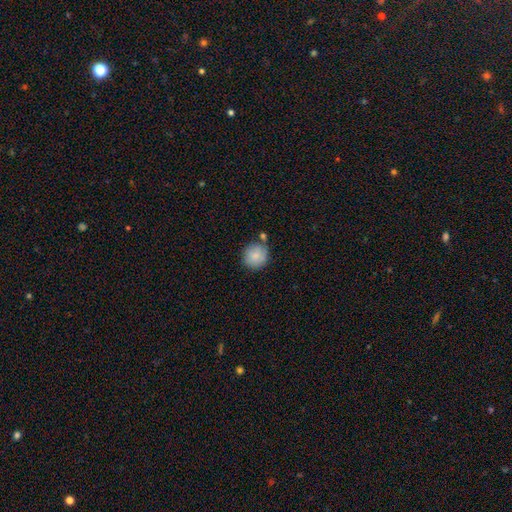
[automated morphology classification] smooth-or-featured: smooth: 86% | star or artifact: 7% | featured or disk: 7%
  how-rounded: round: 91% | in between: 8% | cigar-shaped: 1%
  merging: none: 71% | minor disturbance: 14% | merger: 11% | major disturbance: 4%